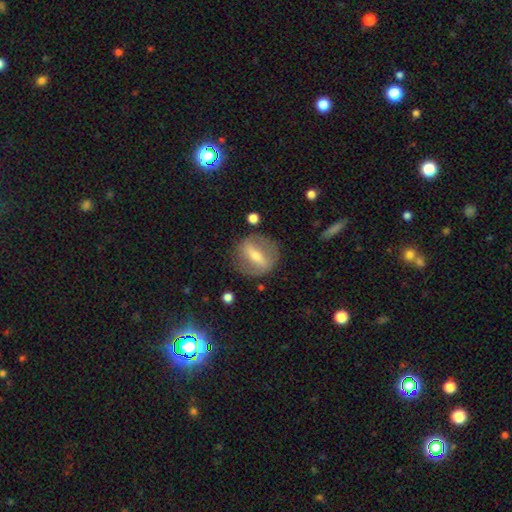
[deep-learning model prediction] Smooth or featured? Predicted: featured or disk (p=0.61). Edge-on disk? Predicted: no (p=0.77). Merging? Predicted: none (p=0.77).